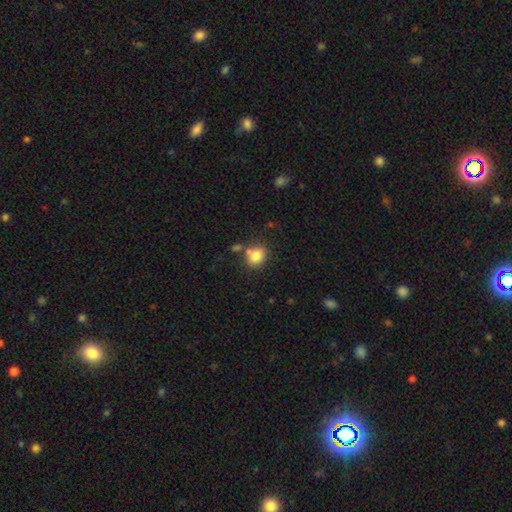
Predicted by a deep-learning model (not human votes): Overall: smooth (82%). How rounded: round (58%; in between 41%). Merging: none (62%).